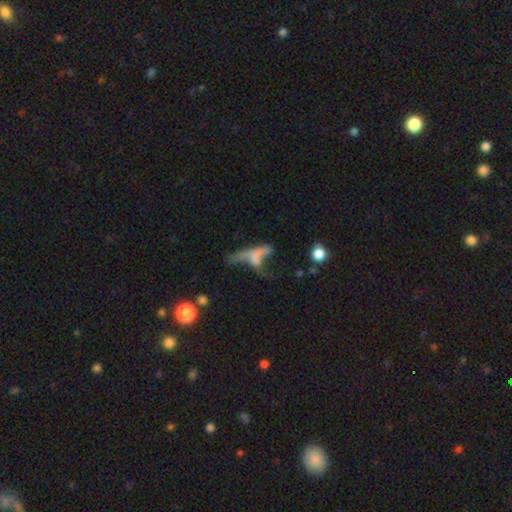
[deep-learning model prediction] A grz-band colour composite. It shows a featured or disk galaxy (44%). Merging: major disturbance (38%).